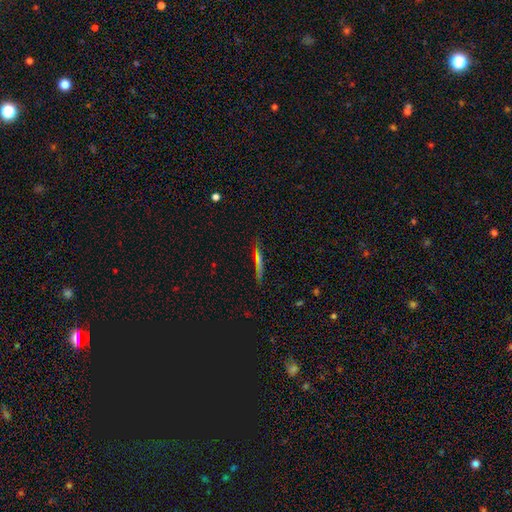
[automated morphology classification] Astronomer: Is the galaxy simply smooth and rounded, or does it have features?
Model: featured or disk — 48% (runner-up: smooth, 34%).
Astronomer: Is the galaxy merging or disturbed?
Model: none — 85%.